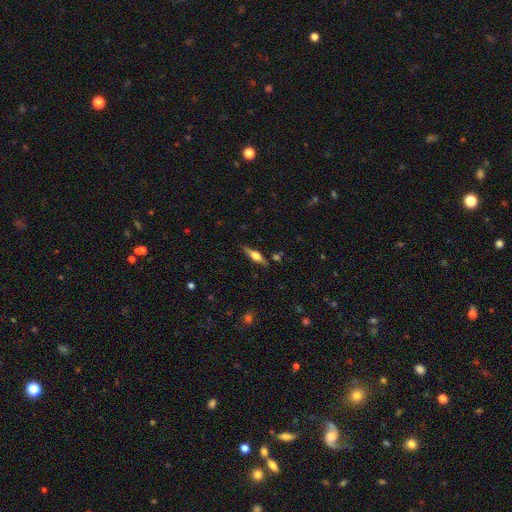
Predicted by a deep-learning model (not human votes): A featured or disk galaxy (61%) viewed edge-on (95%) with a rounded central bulge (88%).

Vote fractions:
- Smooth or featured? featured or disk: 61% / smooth: 32% / star or artifact: 7%
- Edge-on disk? yes: 95% / no: 5%
- Edge-on bulge? rounded: 88% / boxy: 10% / none: 2%
- Merging? none: 83% / minor disturbance: 12% / major disturbance: 3% / merger: 2%